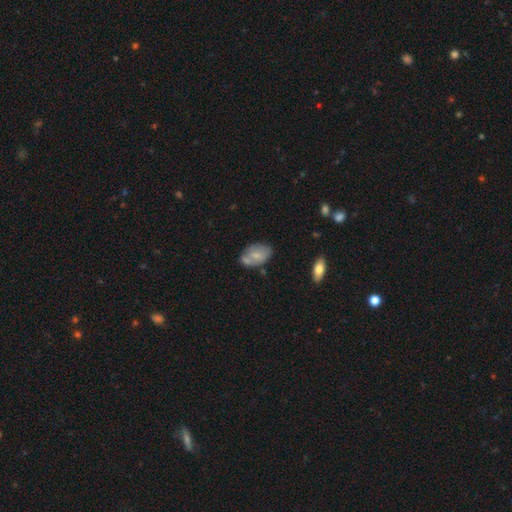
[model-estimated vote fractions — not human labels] Morphology: type=smooth (66%); roundness=in between (88%); merging=none (56%).